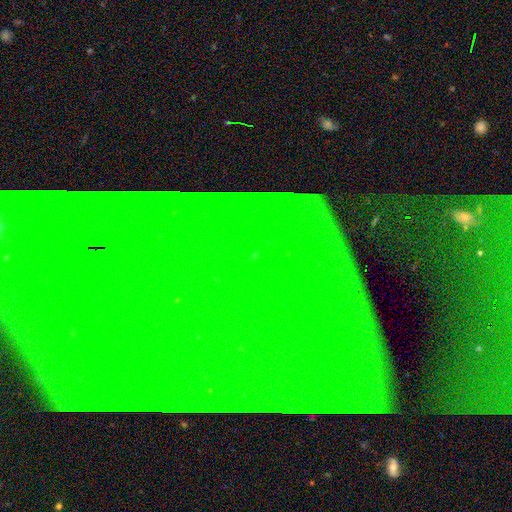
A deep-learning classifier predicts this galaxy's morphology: star or artifact 85%, featured or disk 8%, smooth 7%.